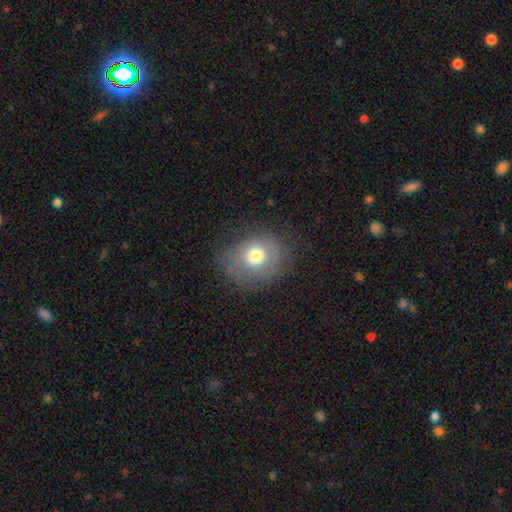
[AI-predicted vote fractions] Smooth or featured? Predicted: smooth (p=0.68). How rounded? Predicted: round (p=0.77). Merging? Predicted: none (p=0.70).